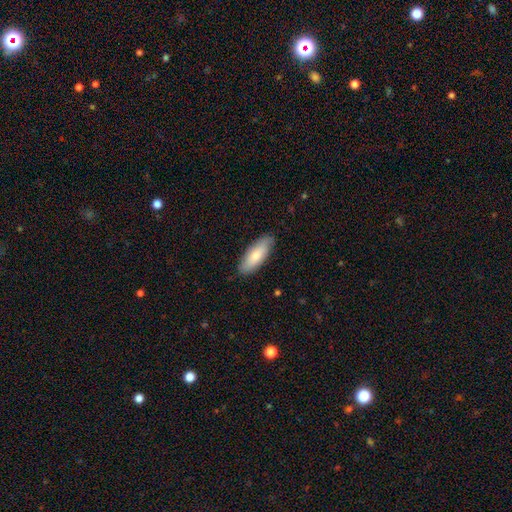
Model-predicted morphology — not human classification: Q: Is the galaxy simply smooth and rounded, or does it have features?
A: smooth — 76%.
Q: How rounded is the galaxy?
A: in between — 72%.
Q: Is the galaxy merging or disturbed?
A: none — 84%.